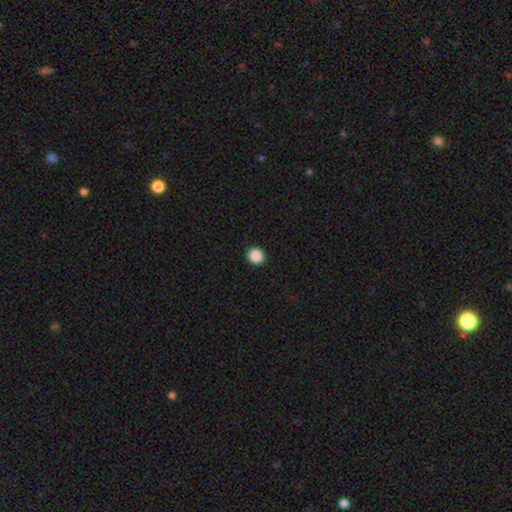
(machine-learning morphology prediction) smooth_or_featured: smooth (p=0.88) [alt: star or artifact p=0.09]
how_rounded: round (p=0.87) [alt: in between p=0.12]
merging: none (p=0.91) [alt: minor disturbance p=0.06]